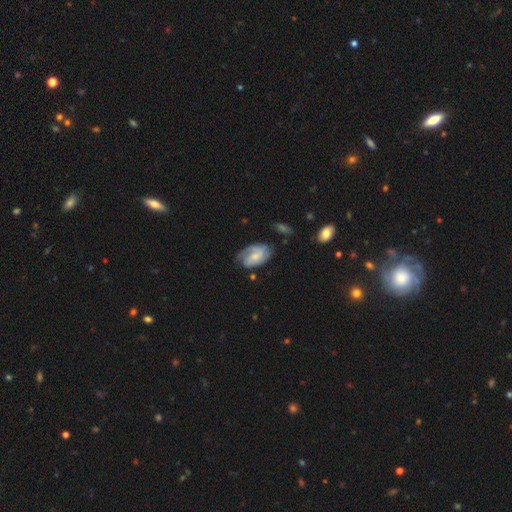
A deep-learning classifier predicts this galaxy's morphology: The model was most divided on "bar": no: 48%, weak: 42%, strong: 10%. Remaining: edge-on disk — no (96%); spiral arms — yes (91%); smooth or featured — featured or disk (66%); merging — none (63%); spiral arm count — 2 (55%); bulge size — small (49%); spiral winding — tight (45%).